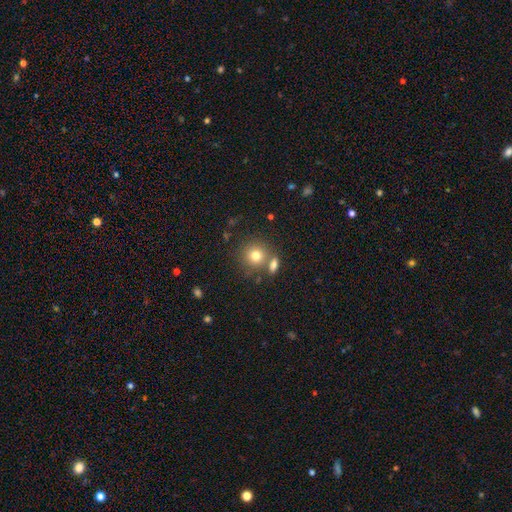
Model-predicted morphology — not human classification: Smooth or featured?
  - smooth: 77% *
  - star or artifact: 12%
  - featured or disk: 11%
How rounded?
  - round: 87% *
  - in between: 12%
  - cigar-shaped: 1%
Merging?
  - none: 64% *
  - merger: 24%
  - minor disturbance: 9%
  - major disturbance: 3%